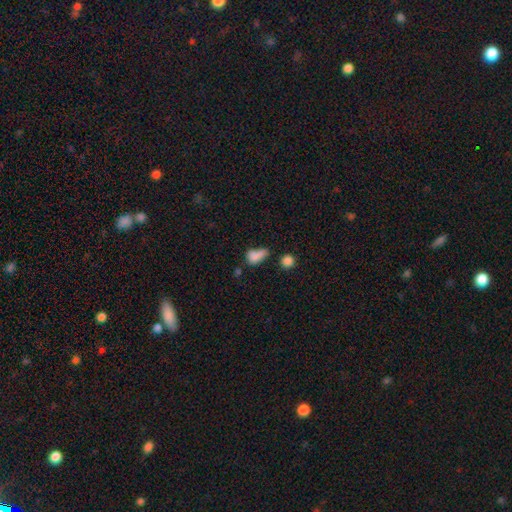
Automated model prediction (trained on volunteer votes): Morphology: type=smooth (76%); roundness=in between (78%); merging=none (30%).